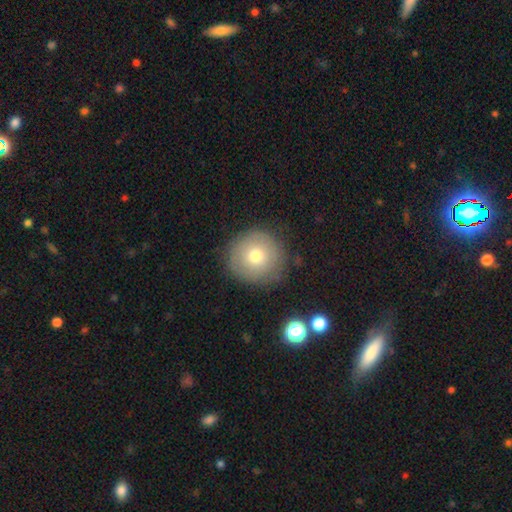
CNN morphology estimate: smooth-or-featured: smooth: 72% | featured or disk: 18% | star or artifact: 10%
  how-rounded: round: 93% | in between: 6% | cigar-shaped: 1%
  merging: none: 83% | minor disturbance: 12% | major disturbance: 4% | merger: 2%